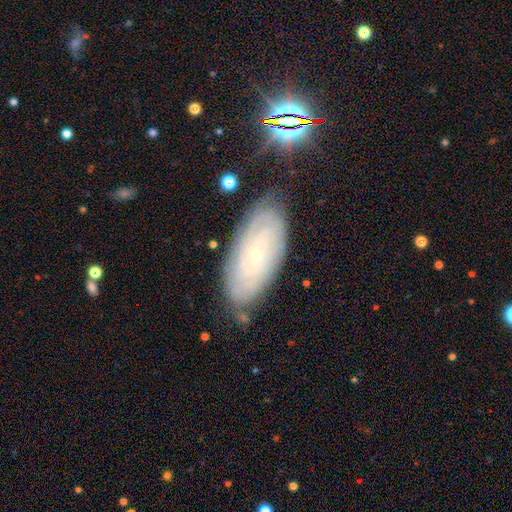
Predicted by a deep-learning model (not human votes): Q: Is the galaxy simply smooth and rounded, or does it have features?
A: featured or disk — 73%.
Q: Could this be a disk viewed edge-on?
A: no — 91%.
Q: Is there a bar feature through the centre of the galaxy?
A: no — 82%.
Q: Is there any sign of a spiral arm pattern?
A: yes — 89%.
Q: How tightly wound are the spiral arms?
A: tight — 82%.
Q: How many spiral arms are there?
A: can't tell — 59%.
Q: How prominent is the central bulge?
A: small — 85%.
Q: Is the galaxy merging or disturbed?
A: none — 79%.